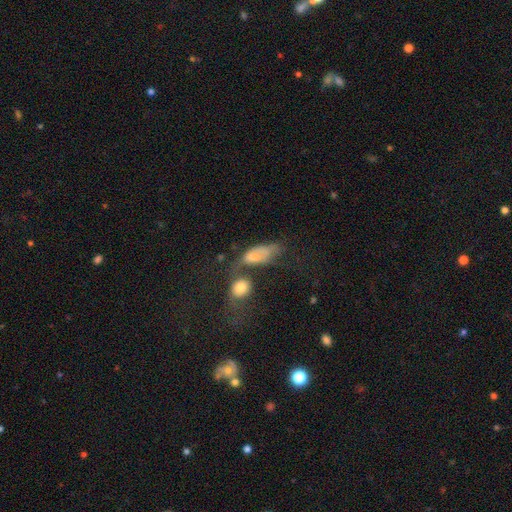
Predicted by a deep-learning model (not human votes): Q: Smooth or featured?
A: smooth (64%); runner-up: featured or disk (25%)
Q: How rounded?
A: in between (79%); runner-up: round (11%)
Q: Merging?
A: merger (40%); runner-up: major disturbance (23%)